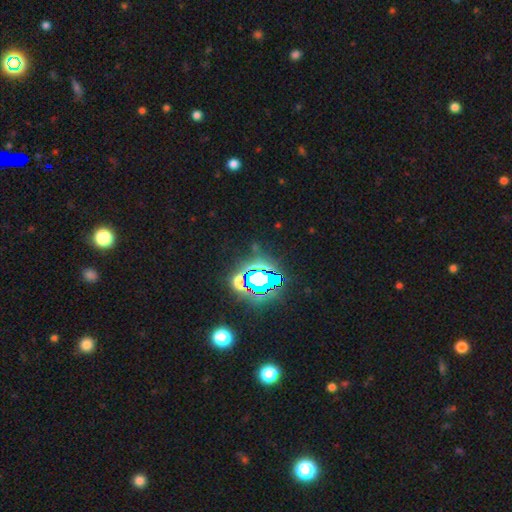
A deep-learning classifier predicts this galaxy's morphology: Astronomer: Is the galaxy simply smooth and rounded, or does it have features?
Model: star or artifact — 82%.